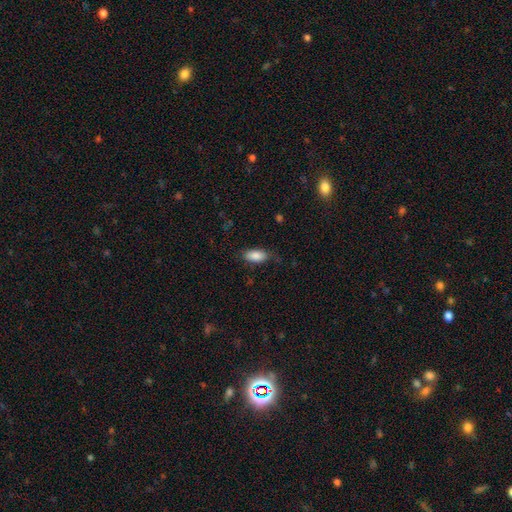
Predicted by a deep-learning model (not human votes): Morphology: type=smooth (86%); roundness=in between (89%); merging=none (75%).